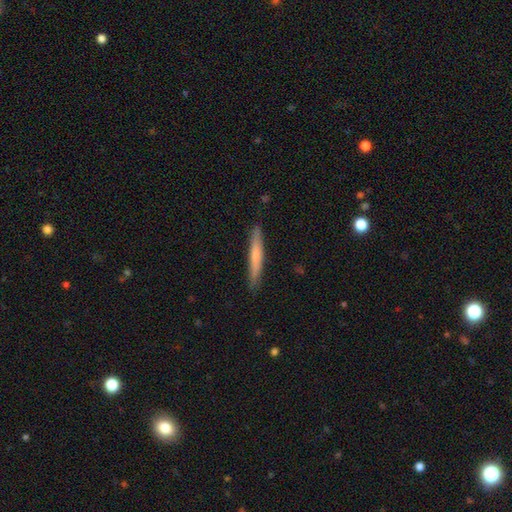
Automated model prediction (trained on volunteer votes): A smooth galaxy with no disk features (64%) that is cigar-shaped (95%).

Vote fractions:
- Smooth or featured? smooth: 64% / featured or disk: 31% / star or artifact: 6%
- How rounded? cigar-shaped: 95% / in between: 4% / round: 1%
- Merging? none: 88% / minor disturbance: 9% / major disturbance: 2% / merger: 1%